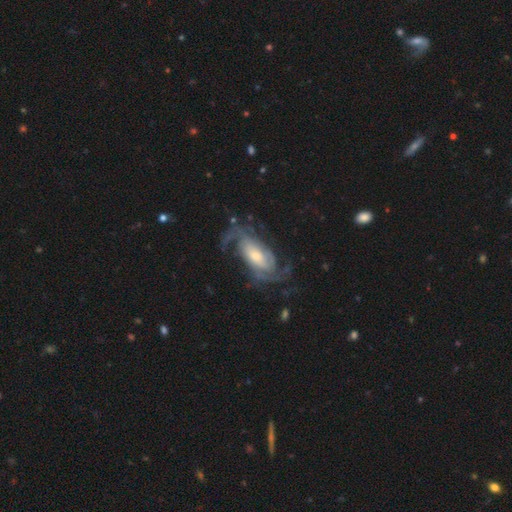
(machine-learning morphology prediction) The model was most divided on "spiral winding": medium: 45%, tight: 35%, loose: 21%. Remaining: spiral arms — yes (97%); edge-on disk — no (95%); smooth or featured — featured or disk (87%); merging — none (65%); bar — no (49%); bulge size — moderate (45%); spiral arm count — 2 (44%).